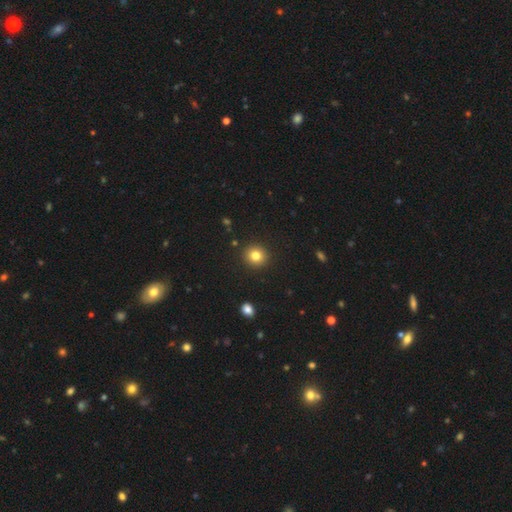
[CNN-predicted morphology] A smooth galaxy with no disk features (82%) that is round (89%).

Vote fractions:
- Smooth or featured? smooth: 82% / star or artifact: 12% / featured or disk: 7%
- How rounded? round: 89% / in between: 10% / cigar-shaped: 1%
- Merging? none: 92% / minor disturbance: 5% / major disturbance: 2% / merger: 1%